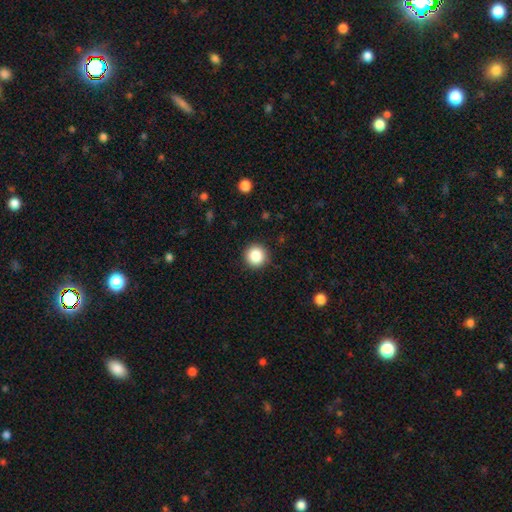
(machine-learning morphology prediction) smooth-or-featured: smooth: 87% | star or artifact: 9% | featured or disk: 4%
  how-rounded: round: 96% | in between: 3% | cigar-shaped: 1%
  merging: none: 91% | minor disturbance: 6% | major disturbance: 2% | merger: 1%